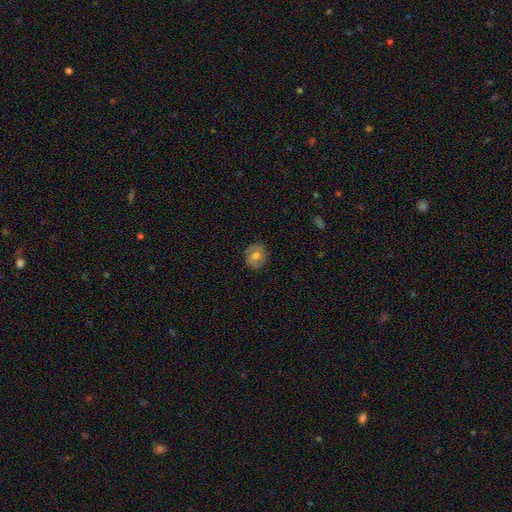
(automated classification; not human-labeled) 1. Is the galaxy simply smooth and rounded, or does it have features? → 58% smooth, 34% featured or disk, 8% star or artifact.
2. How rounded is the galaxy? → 85% round, 14% in between, 1% cigar-shaped.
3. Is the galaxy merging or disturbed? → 86% none, 10% minor disturbance, 3% major disturbance, 1% merger.